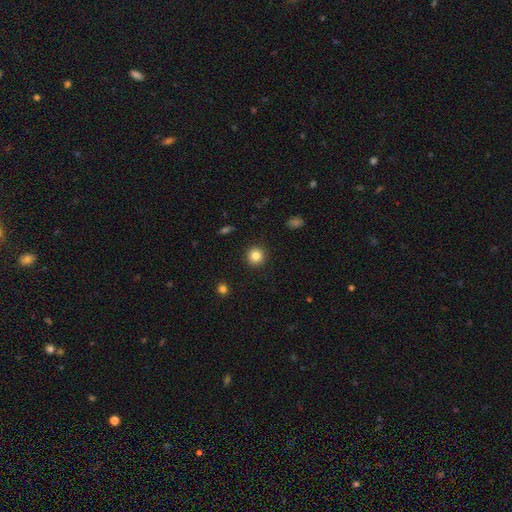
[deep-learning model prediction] A smooth galaxy with no disk features (84%) that is round (94%). Merging: none (92%).